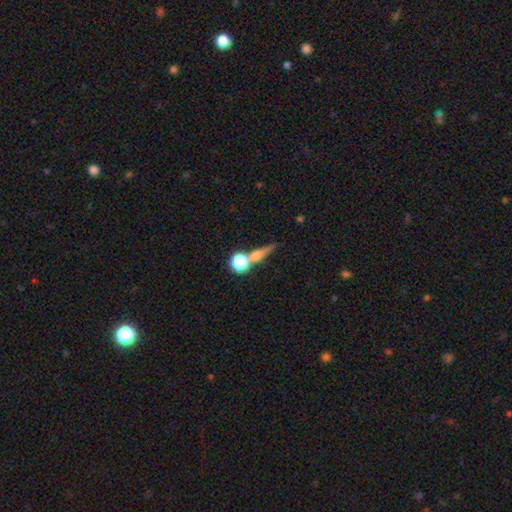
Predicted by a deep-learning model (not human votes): This appears to be a smooth galaxy with no disk features (53%) that is round (42%). Merging: none (53%).